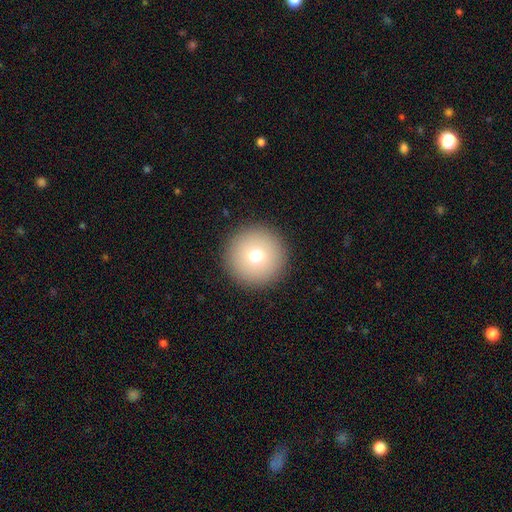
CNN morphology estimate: type=smooth (72%); roundness=round (97%); merging=none (92%).